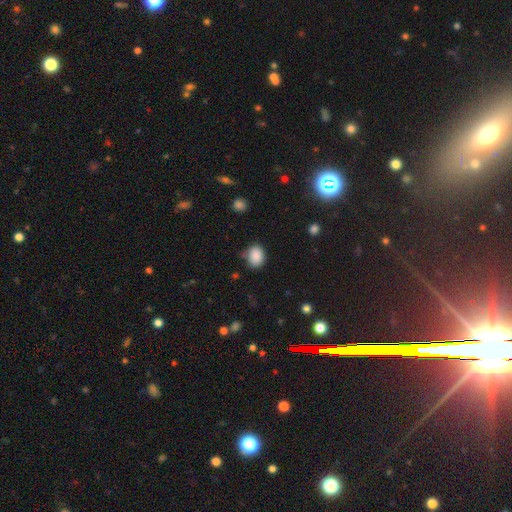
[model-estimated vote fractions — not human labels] Smooth or featured?
  - smooth: 87% *
  - star or artifact: 9%
  - featured or disk: 4%
How rounded?
  - in between: 51% *
  - round: 48%
  - cigar-shaped: 1%
Merging?
  - none: 72% *
  - minor disturbance: 20%
  - major disturbance: 5%
  - merger: 3%